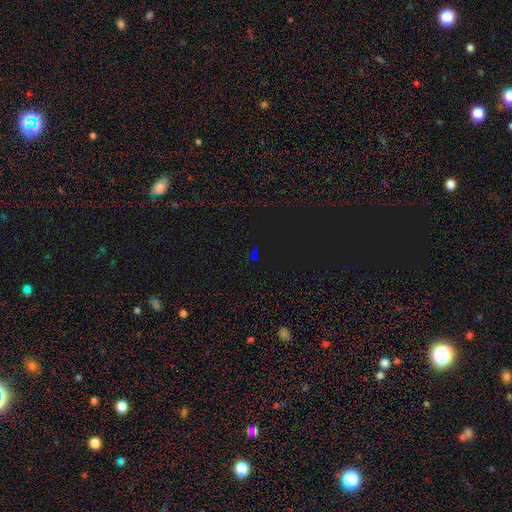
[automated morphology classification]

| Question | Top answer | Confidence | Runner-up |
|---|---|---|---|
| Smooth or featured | star or artifact | 67% | smooth (23%) |